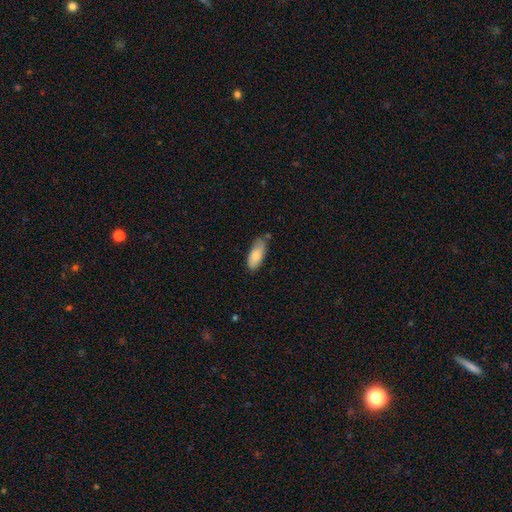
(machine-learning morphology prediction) Q: Smooth or featured?
A: smooth (81%); runner-up: featured or disk (13%)
Q: How rounded?
A: in between (84%); runner-up: cigar-shaped (14%)
Q: Merging?
A: none (60%); runner-up: minor disturbance (31%)